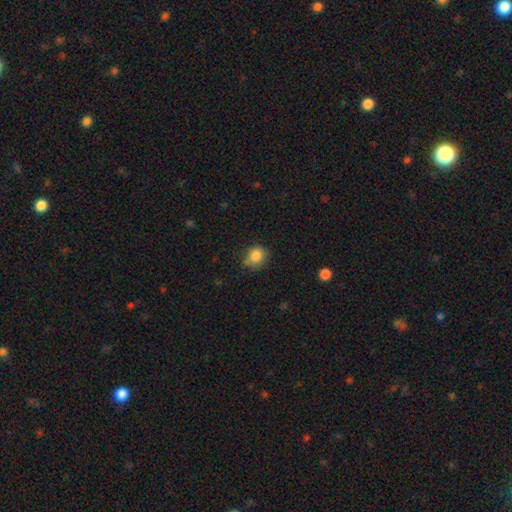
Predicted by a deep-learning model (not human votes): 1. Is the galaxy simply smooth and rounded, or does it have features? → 84% smooth, 10% star or artifact, 6% featured or disk.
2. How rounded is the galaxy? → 76% round, 23% in between, 1% cigar-shaped.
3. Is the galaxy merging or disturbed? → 73% none, 20% minor disturbance, 4% major disturbance, 4% merger.